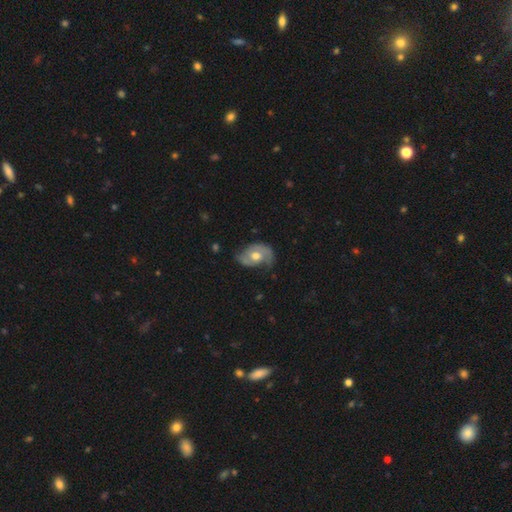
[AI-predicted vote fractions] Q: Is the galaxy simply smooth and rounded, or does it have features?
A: featured or disk — 61%.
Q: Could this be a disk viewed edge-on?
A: no — 95%.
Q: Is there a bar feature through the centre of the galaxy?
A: no — 76%.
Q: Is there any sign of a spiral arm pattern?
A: yes — 75%.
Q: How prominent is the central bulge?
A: moderate — 76%.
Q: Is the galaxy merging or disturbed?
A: none — 47%.